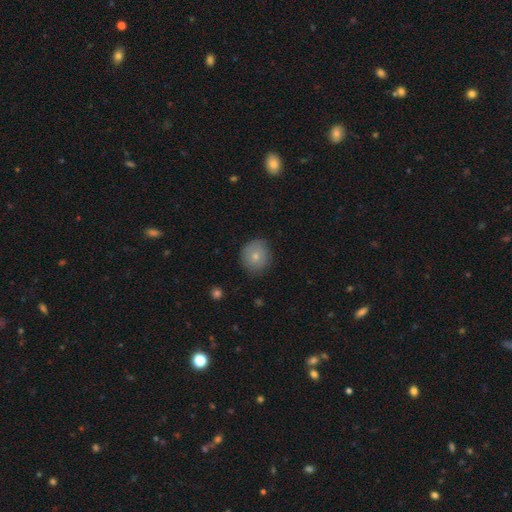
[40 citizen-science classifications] smooth_or_featured: smooth (p=0.57) [alt: featured or disk p=0.33]
how_rounded: round (p=0.91) [alt: in between p=0.09]
merging: none (p=0.83) [alt: minor disturbance p=0.14]